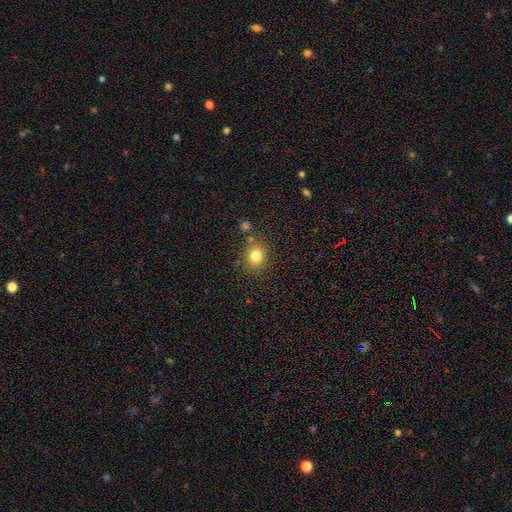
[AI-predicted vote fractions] A smooth galaxy with no disk features (81%) that is round (74%).

Vote fractions:
- Smooth or featured? smooth: 81% / star or artifact: 12% / featured or disk: 7%
- How rounded? round: 74% / in between: 25% / cigar-shaped: 1%
- Merging? none: 80% / minor disturbance: 10% / merger: 7% / major disturbance: 3%